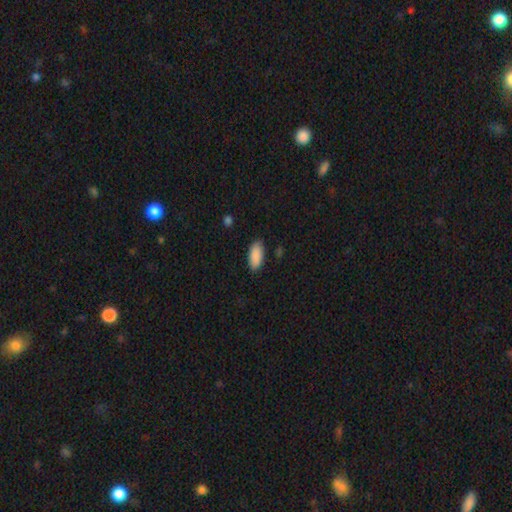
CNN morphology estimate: Smooth or featured? Predicted: smooth (p=0.90). How rounded? Predicted: in between (p=0.89). Merging? Predicted: none (p=0.85).